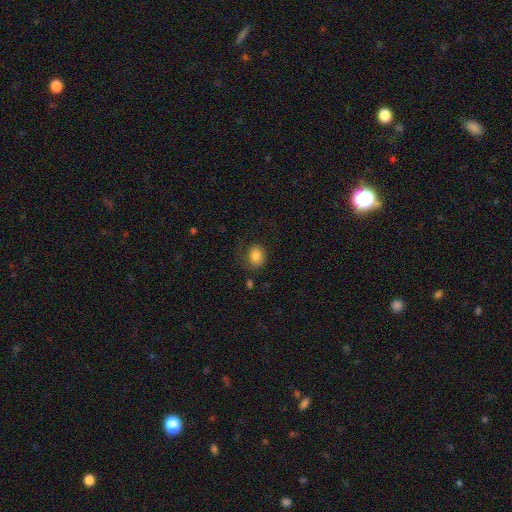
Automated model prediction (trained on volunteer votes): smooth_or_featured: smooth (p=0.82) [alt: star or artifact p=0.10]
how_rounded: round (p=0.56) [alt: in between p=0.43]
merging: none (p=0.69) [alt: minor disturbance p=0.19]